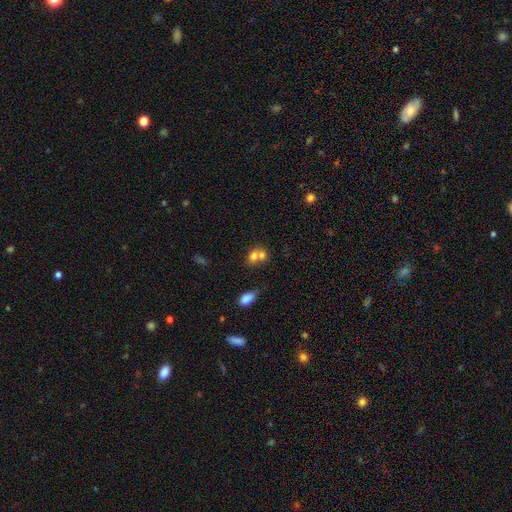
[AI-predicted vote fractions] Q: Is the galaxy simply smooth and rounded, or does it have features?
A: smooth — 71%.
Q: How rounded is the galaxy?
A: round — 49%, tied with in between.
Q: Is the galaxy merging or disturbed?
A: merger — 62%.